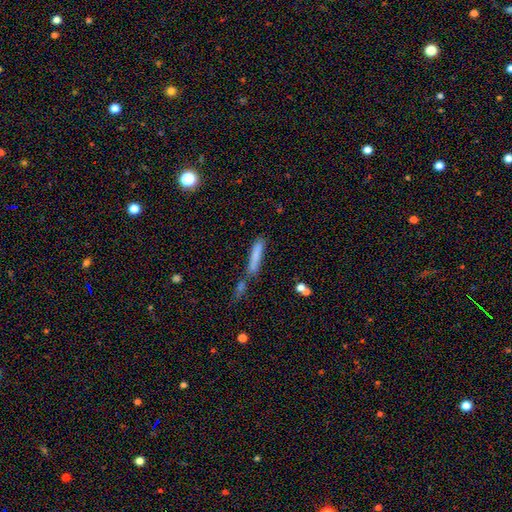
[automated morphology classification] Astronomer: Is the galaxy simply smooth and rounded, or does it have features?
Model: smooth — 75%.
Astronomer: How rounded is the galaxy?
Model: cigar-shaped — 88%.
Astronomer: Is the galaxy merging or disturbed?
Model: none — 55%.